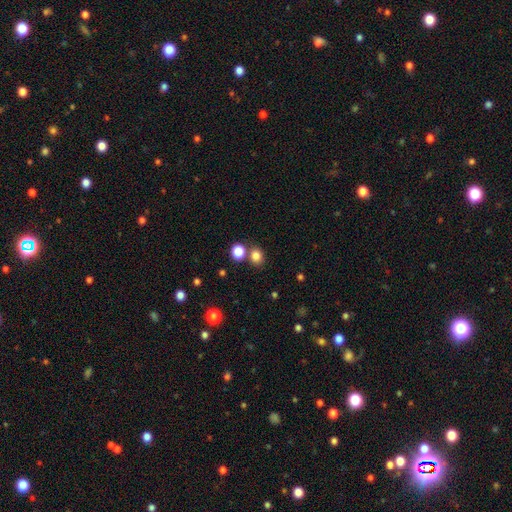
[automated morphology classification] Smooth or featured? smooth (82%)
How rounded? round (71%)
Merging? none (71%)